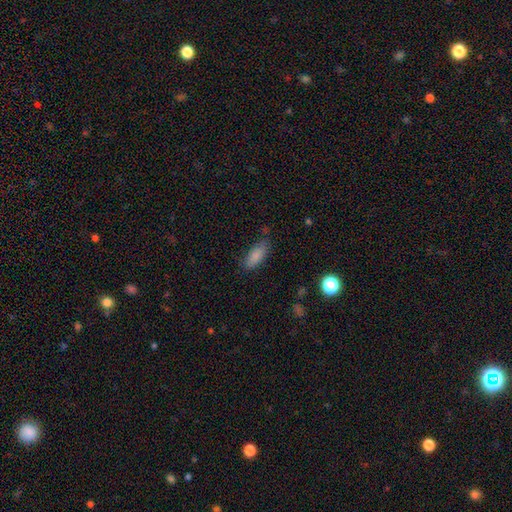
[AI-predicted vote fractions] Smooth or featured? Predicted: smooth (p=0.85). How rounded? Predicted: in between (p=0.78). Merging? Predicted: none (p=0.75).